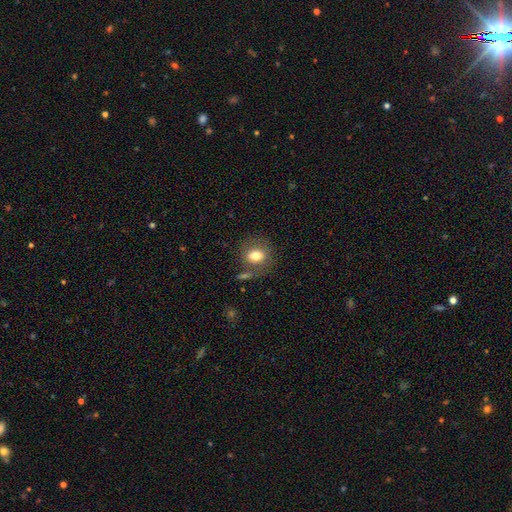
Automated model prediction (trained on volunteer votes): Smooth or featured? smooth (75%)
How rounded? round (57%)
Merging? none (70%)